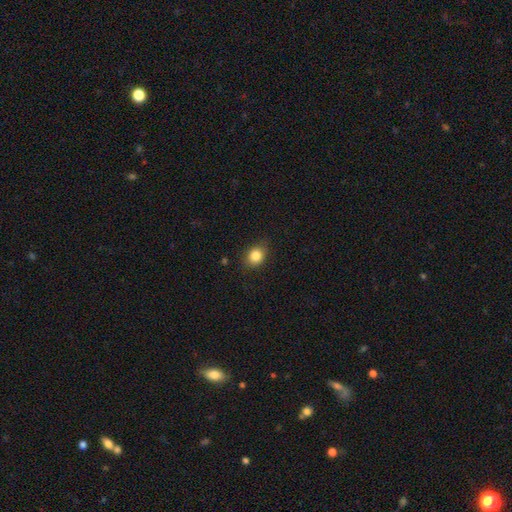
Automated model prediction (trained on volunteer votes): Overall: smooth (84%). How rounded: round (57%; in between 42%). Merging: none (83%).